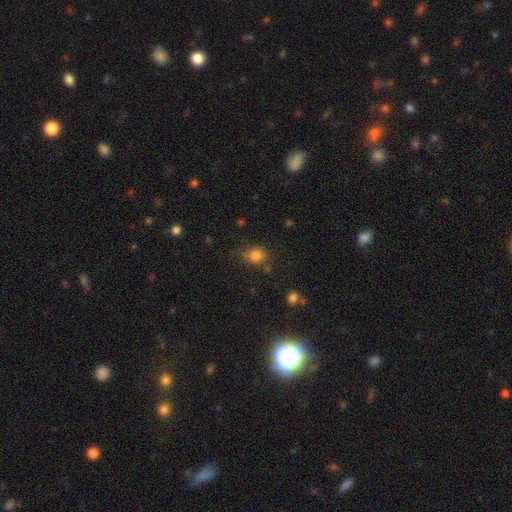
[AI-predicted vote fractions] Morphology: type=smooth (80%); roundness=round (76%); merging=none (66%).